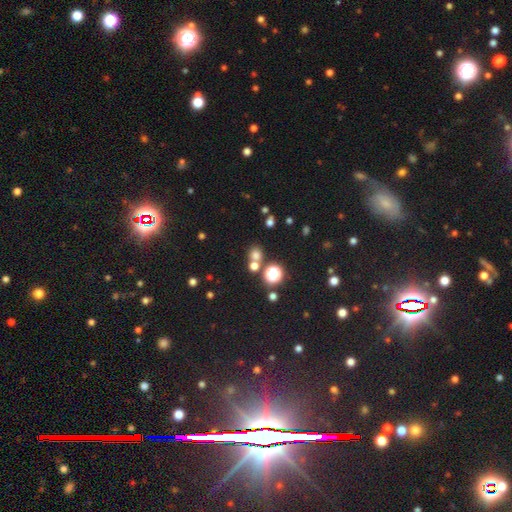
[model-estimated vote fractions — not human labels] Smooth or featured? smooth (61%)
How rounded? round (82%)
Merging? none (67%)